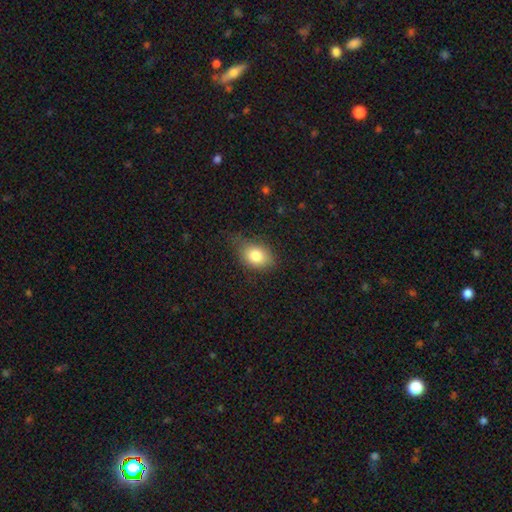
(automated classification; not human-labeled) This is clearly a smooth galaxy (81%). How rounded: likely in between (72%). Merging: possibly none (59%).